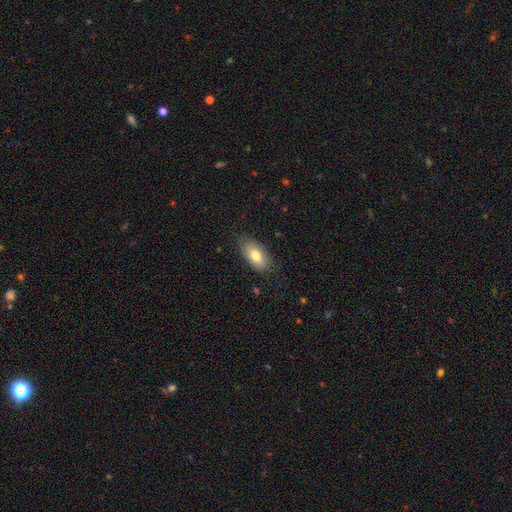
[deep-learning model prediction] smooth_or_featured: smooth (p=0.75) [alt: featured or disk p=0.19]
how_rounded: in between (p=0.92) [alt: cigar-shaped p=0.05]
merging: none (p=0.78) [alt: minor disturbance p=0.17]